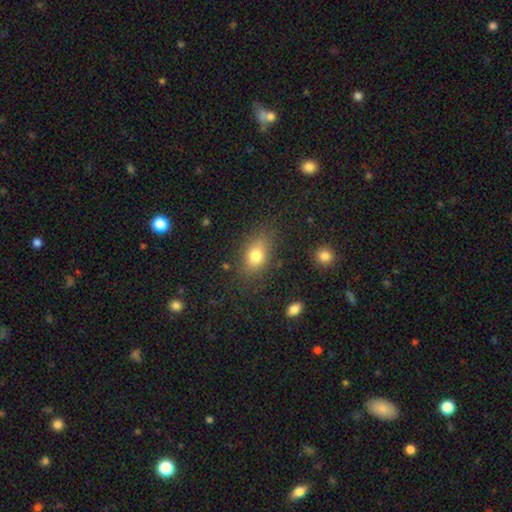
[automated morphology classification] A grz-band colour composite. It shows a smooth galaxy with no disk features (78%) that is in between round and cigar-shaped (73%). Merging: none (76%).